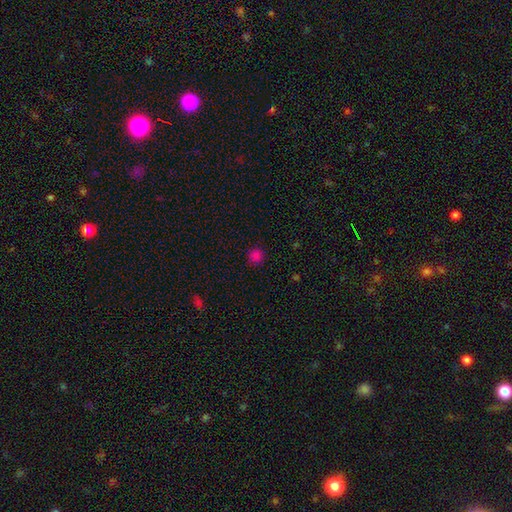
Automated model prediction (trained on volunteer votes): A smooth galaxy with no disk features (79%) that is round (92%).

Vote fractions:
- Smooth or featured? smooth: 79% / star or artifact: 18% / featured or disk: 3%
- How rounded? round: 92% / in between: 7% / cigar-shaped: 1%
- Merging? none: 90% / minor disturbance: 7% / major disturbance: 2% / merger: 1%